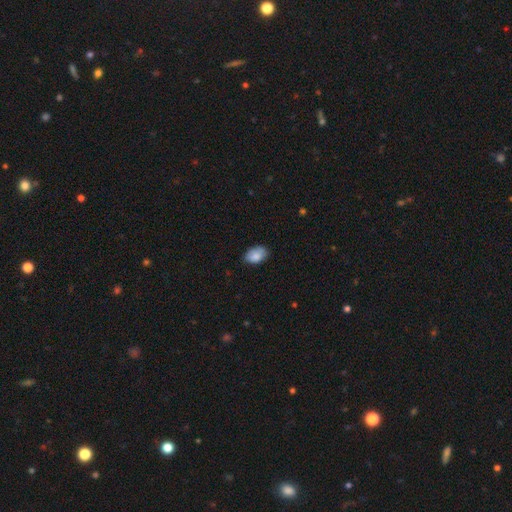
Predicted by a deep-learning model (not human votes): This is clearly a smooth galaxy (84%). How rounded: clearly in between (90%). Merging: likely none (76%).